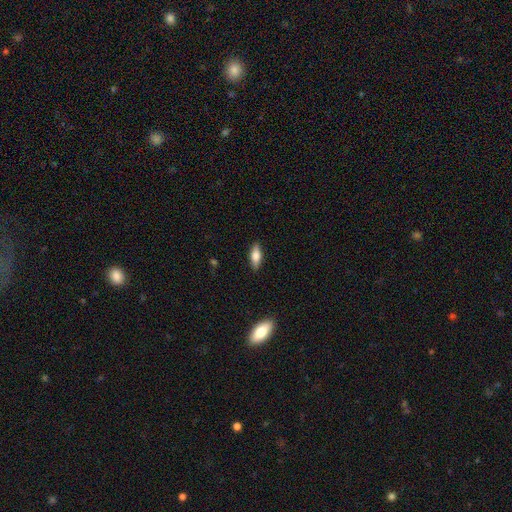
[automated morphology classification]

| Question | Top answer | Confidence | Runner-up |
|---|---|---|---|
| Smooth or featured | smooth | 68% | featured or disk (25%) |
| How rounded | in between | 65% | cigar-shaped (32%) |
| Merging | none | 88% | minor disturbance (9%) |